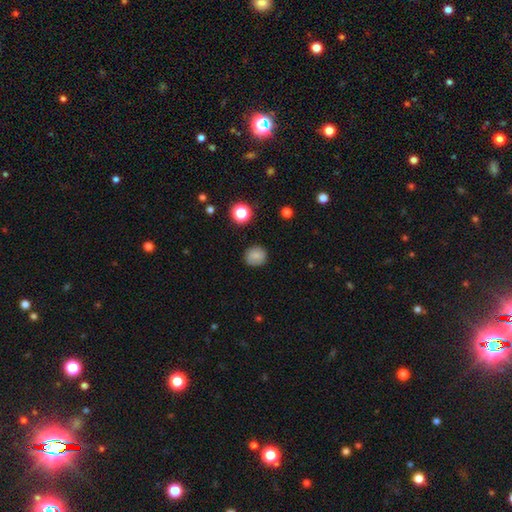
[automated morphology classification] The model was most divided on "smooth or featured": smooth: 79%, star or artifact: 11%, featured or disk: 10%. More confident: how rounded — round (87%); merging — none (87%).